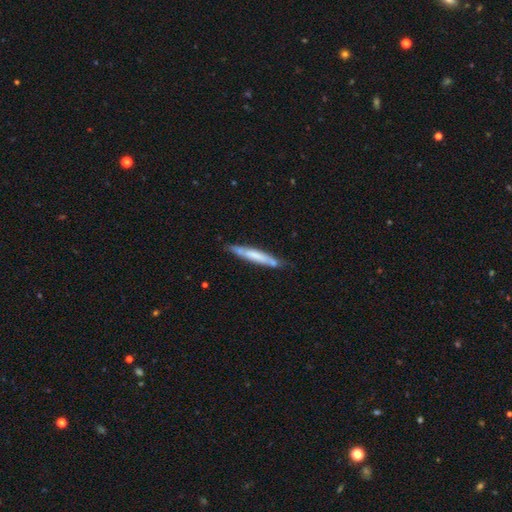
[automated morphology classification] smooth_or_featured: smooth (p=0.52) [alt: featured or disk p=0.42]
how_rounded: cigar-shaped (p=0.94) [alt: in between p=0.05]
merging: none (p=0.74) [alt: minor disturbance p=0.19]